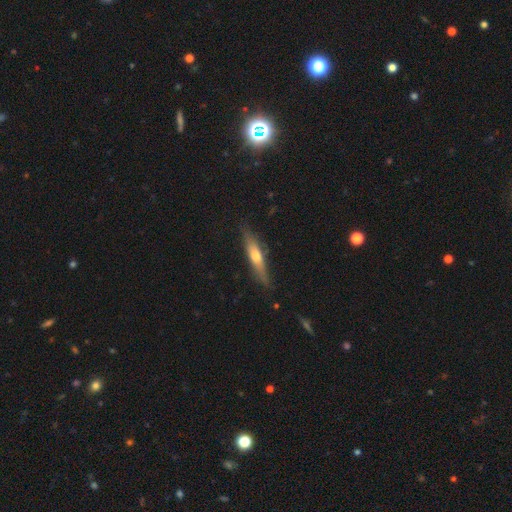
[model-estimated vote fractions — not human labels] This is possibly a featured or disk galaxy (50%). It is clearly viewed edge-on (90%). Merging: clearly none (82%).